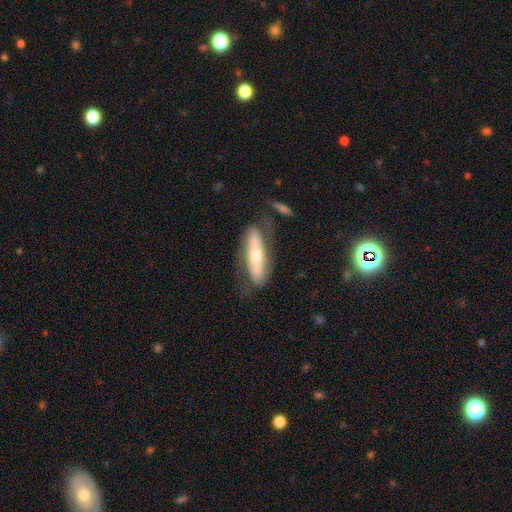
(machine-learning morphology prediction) Smooth or featured? Predicted: featured or disk (p=0.54). Edge-on disk? Predicted: no (p=0.58). Merging? Predicted: none (p=0.66).